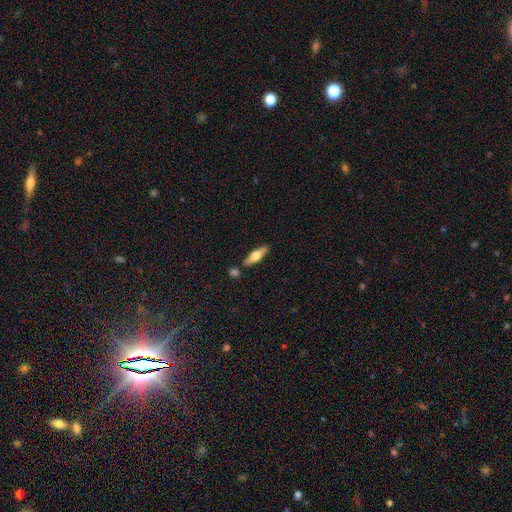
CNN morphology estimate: This is possibly a featured or disk galaxy (52%). It is clearly viewed edge-on (93%). Merging: clearly none (81%).